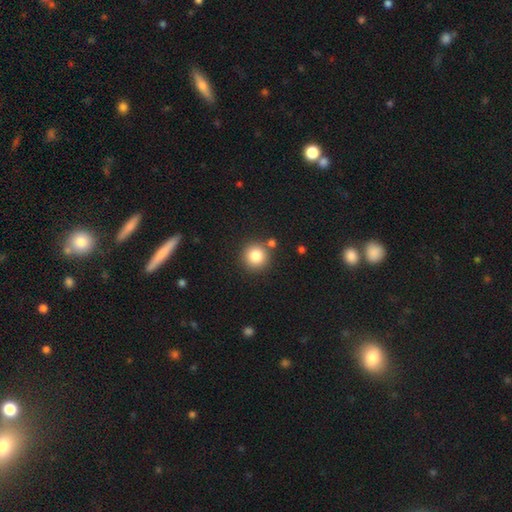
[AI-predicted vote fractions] This is clearly a smooth galaxy (82%). How rounded: clearly round (94%). Merging: clearly none (82%).